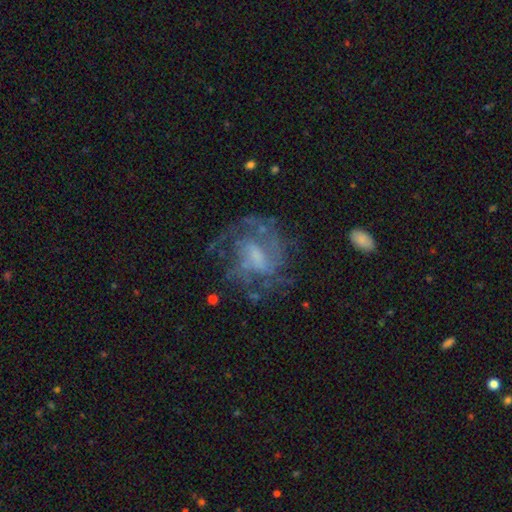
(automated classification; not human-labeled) Smooth or featured? Predicted: featured or disk (p=0.75). Edge-on disk? Predicted: no (p=0.97). Bar? Predicted: weak (p=0.50). Spiral arms? Predicted: yes (p=0.82). Spiral winding? Predicted: medium (p=0.43). Spiral arm count? Predicted: can't tell (p=0.40). Bulge size? Predicted: small (p=0.36). Merging? Predicted: none (p=0.59).